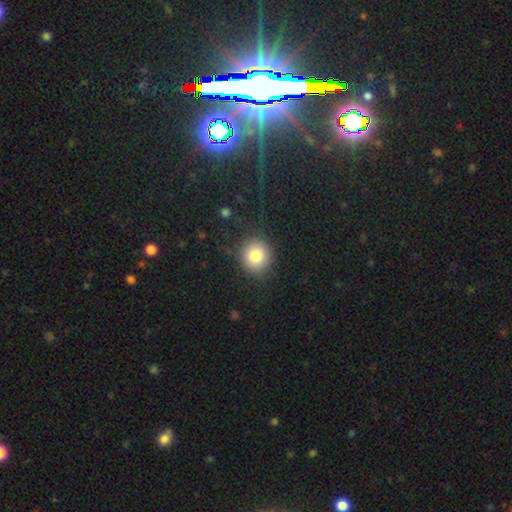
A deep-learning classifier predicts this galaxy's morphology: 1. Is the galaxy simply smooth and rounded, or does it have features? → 82% smooth, 10% star or artifact, 8% featured or disk.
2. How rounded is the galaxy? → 87% round, 12% in between, 1% cigar-shaped.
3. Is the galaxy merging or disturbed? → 86% none, 9% minor disturbance, 4% major disturbance, 1% merger.